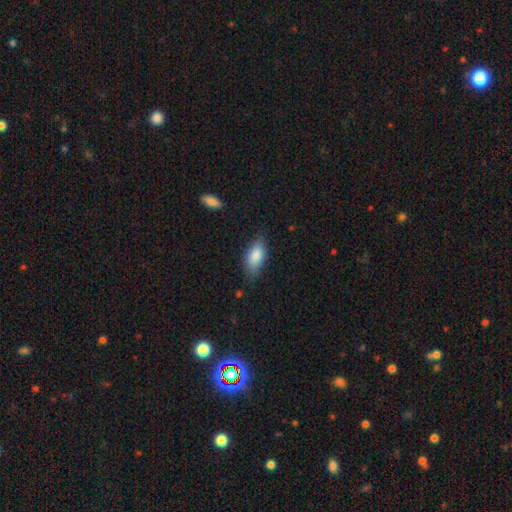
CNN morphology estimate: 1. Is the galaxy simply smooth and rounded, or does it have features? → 86% smooth, 8% featured or disk, 6% star or artifact.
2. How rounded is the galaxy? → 89% in between, 8% cigar-shaped, 3% round.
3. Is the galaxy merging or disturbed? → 74% none, 20% minor disturbance, 4% major disturbance, 2% merger.